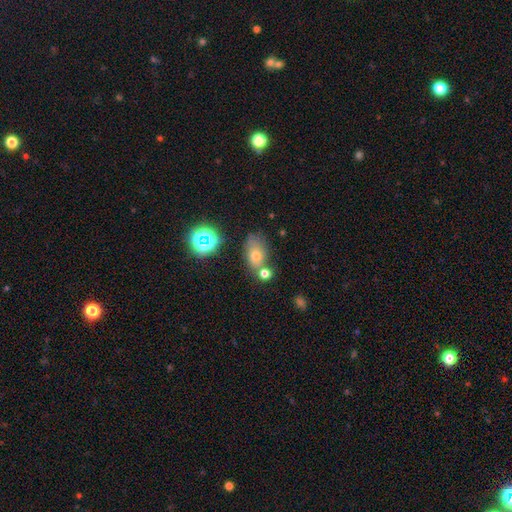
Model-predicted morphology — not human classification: Smooth or featured: smooth — 62% (star or artifact — 21%)
How rounded: in between — 76% (round — 21%)
Merging: none — 53% (merger — 22%)